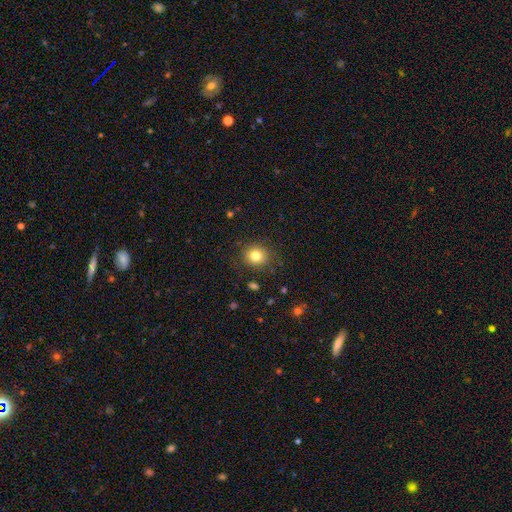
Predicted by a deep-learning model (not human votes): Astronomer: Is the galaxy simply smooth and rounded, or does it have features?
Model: smooth — 81%.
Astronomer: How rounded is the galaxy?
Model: round — 80%.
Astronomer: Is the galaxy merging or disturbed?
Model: none — 86%.